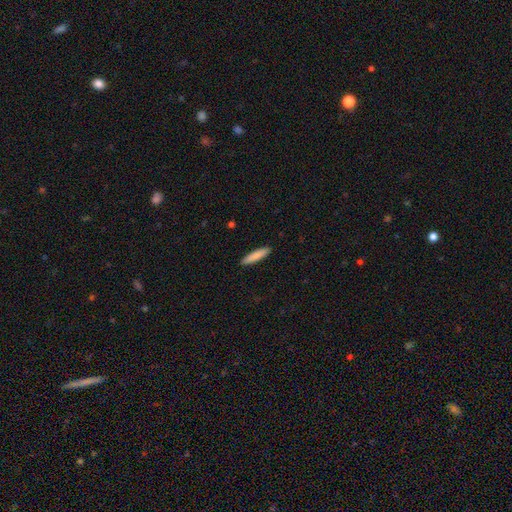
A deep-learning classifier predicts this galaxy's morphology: Overall: smooth (85%). How rounded: cigar-shaped (85%). Merging: none (91%).